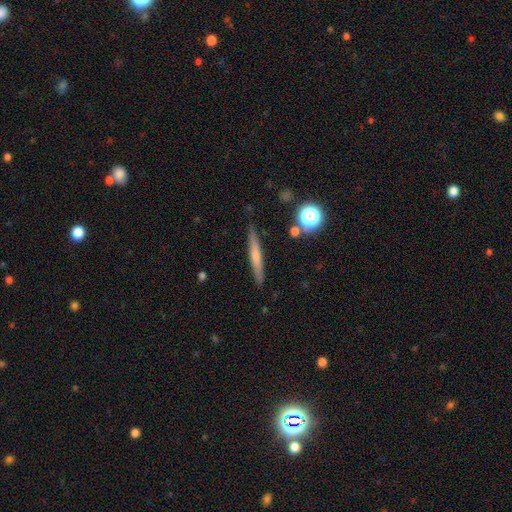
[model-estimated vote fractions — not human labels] smooth 48%, featured or disk 43%, star or artifact 9%. Down the decision tree: merging — none (86%).